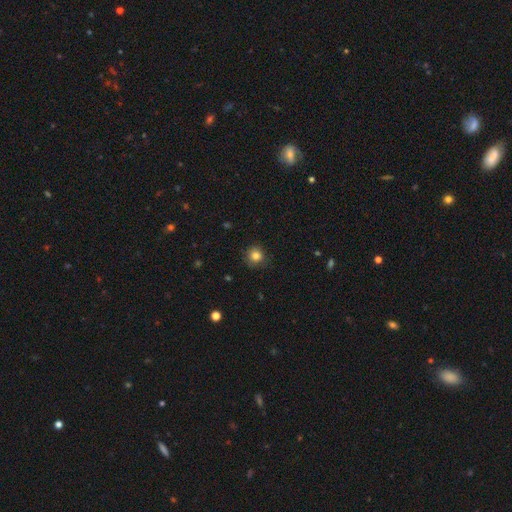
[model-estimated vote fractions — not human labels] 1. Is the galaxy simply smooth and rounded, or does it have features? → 82% smooth, 12% star or artifact, 6% featured or disk.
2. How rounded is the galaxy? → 93% round, 7% in between, 1% cigar-shaped.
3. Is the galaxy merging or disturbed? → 85% none, 11% minor disturbance, 3% major disturbance, 1% merger.